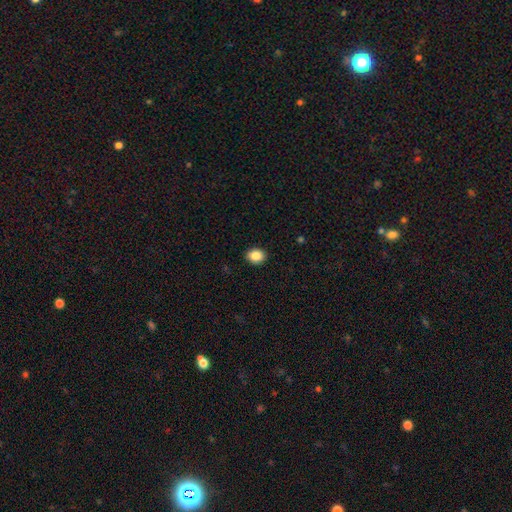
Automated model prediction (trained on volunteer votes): Q: Smooth or featured?
A: smooth (87%); runner-up: star or artifact (9%)
Q: How rounded?
A: round (53%); runner-up: in between (46%)
Q: Merging?
A: none (91%); runner-up: minor disturbance (7%)